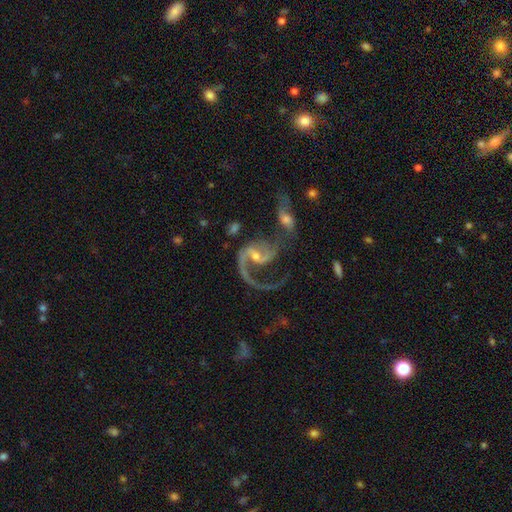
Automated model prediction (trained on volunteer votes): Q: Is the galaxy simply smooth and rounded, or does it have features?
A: featured or disk — 89%.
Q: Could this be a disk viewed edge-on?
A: no — 98%.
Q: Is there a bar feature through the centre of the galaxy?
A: weak — 45%.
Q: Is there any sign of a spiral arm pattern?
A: yes — 96%.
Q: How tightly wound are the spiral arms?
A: medium — 44%, tied with loose.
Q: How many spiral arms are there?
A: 2 — 54%.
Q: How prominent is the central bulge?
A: small — 57%.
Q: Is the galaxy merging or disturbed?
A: none — 32%.